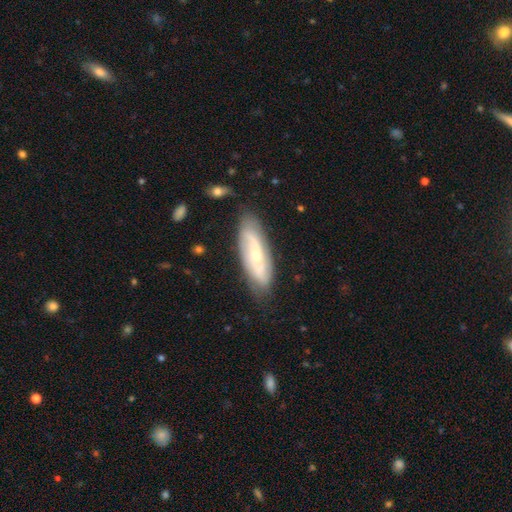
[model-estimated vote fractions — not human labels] Smooth or featured? Predicted: featured or disk (p=0.68). Edge-on disk? Predicted: no (p=0.83). Bar? Predicted: no (p=0.56). Spiral arms? Predicted: yes (p=0.80). Bulge size? Predicted: small (p=0.50). Merging? Predicted: none (p=0.80).